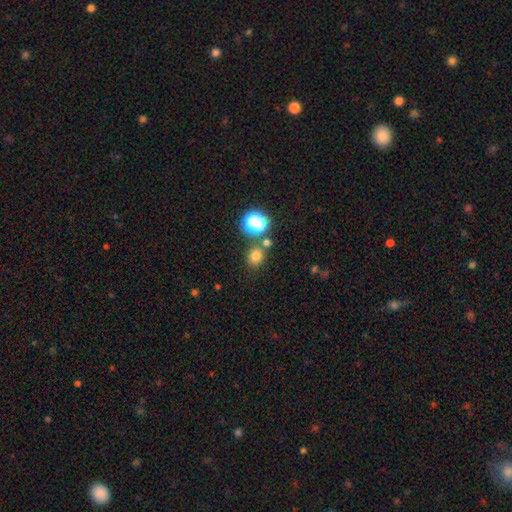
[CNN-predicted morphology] Overall: smooth (74%). How rounded: round (73%). Merging: none (73%).